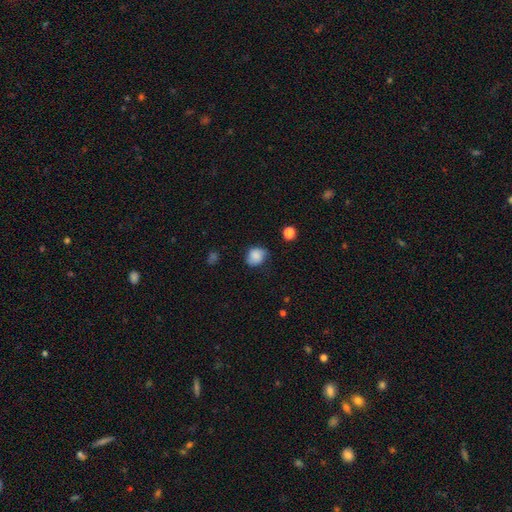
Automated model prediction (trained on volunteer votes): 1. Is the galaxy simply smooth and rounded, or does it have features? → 81% smooth, 10% featured or disk, 9% star or artifact.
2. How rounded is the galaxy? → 65% round, 34% in between, 1% cigar-shaped.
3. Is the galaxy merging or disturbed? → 62% none, 29% minor disturbance, 7% major disturbance, 2% merger.